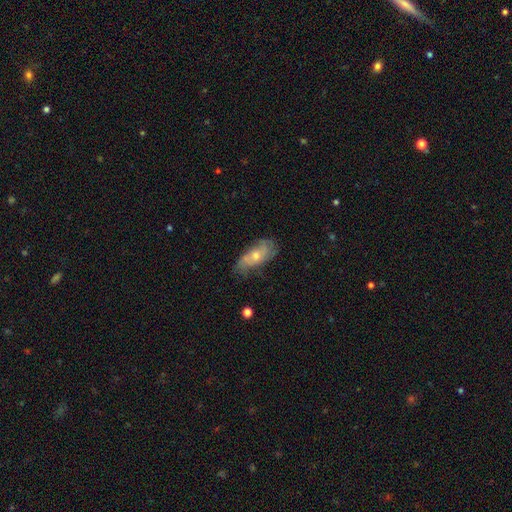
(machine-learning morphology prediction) Smooth or featured? featured or disk (57%)
Edge-on disk? no (85%)
Merging? none (64%)